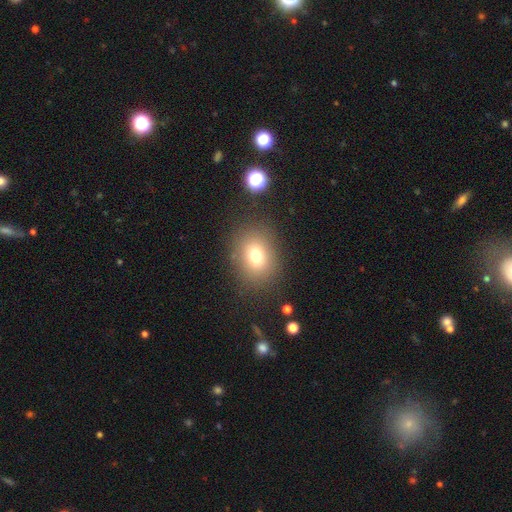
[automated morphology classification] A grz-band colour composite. It shows a smooth galaxy with no disk features (74%) that is in between round and cigar-shaped (50%). Merging: none (82%).